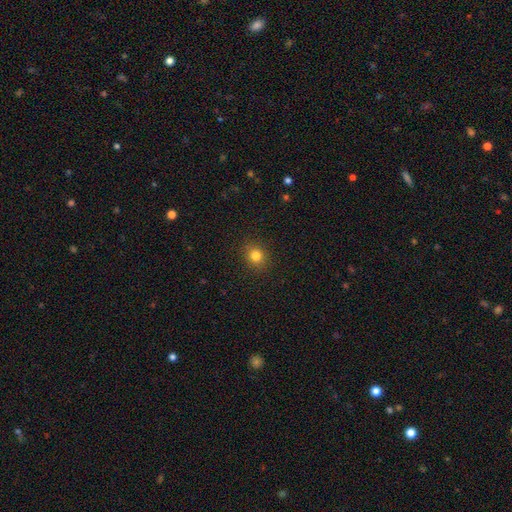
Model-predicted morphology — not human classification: Smooth or featured: smooth — 82% (star or artifact — 13%)
How rounded: round — 80% (in between — 19%)
Merging: none — 90% (minor disturbance — 7%)